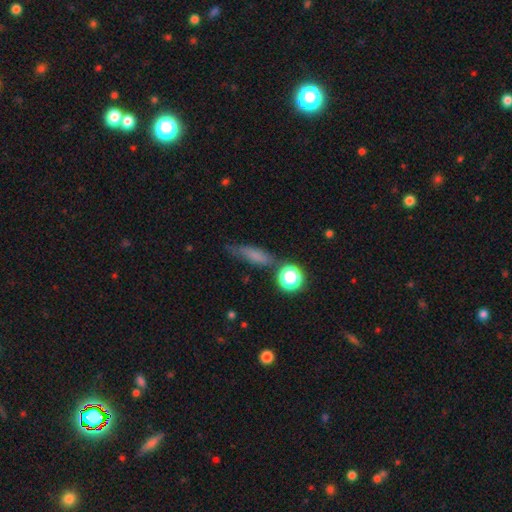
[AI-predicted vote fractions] This appears to be a smooth galaxy with no disk features (67%) that is cigar-shaped (58%). Merging: none (60%).